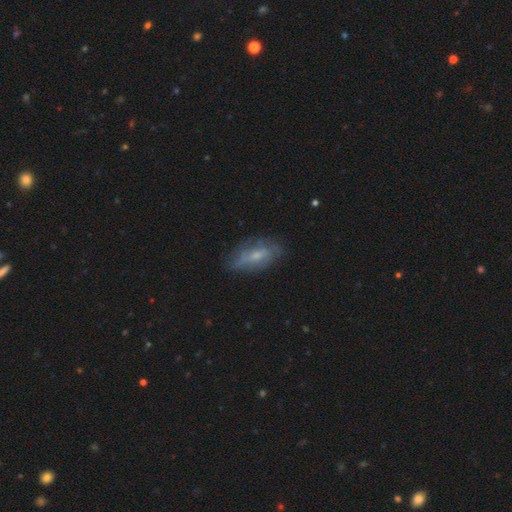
Smooth or featured: featured or disk — 50% (smooth — 42%)
Edge-on disk: no — 68% (yes — 32%)
Bar: weak — 38% (tied with no — 38%)
Spiral arms: yes — 69% (no — 31%)
Spiral winding: medium — 67% (loose — 22%)
Spiral arm count: can't tell — 78% (1 — 11%)
Bulge size: small — 46% (moderate — 31%)
Merging: none — 63% (minor disturbance — 20%)